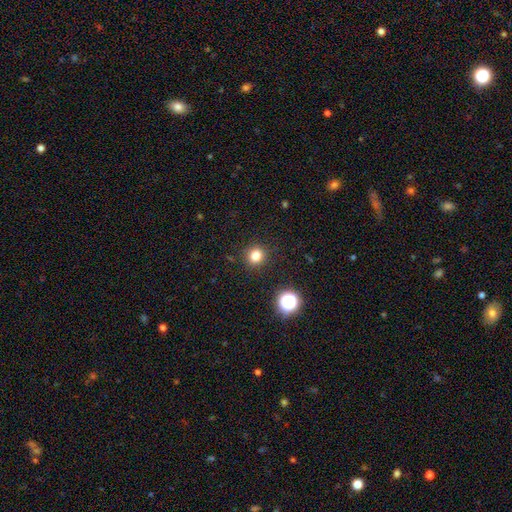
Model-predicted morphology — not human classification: Smooth or featured? smooth (79%)
How rounded? round (92%)
Merging? none (91%)